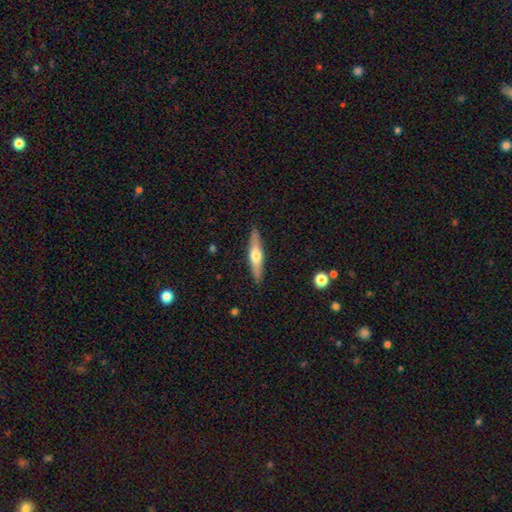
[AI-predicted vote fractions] This is possibly a featured or disk galaxy (52%). It is clearly viewed edge-on (92%). Merging: clearly none (89%).